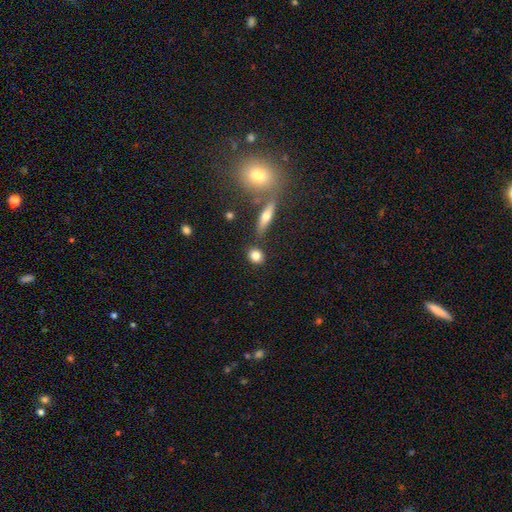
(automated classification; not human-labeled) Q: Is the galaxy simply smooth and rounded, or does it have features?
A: smooth — 80%.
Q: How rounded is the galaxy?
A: round — 62%.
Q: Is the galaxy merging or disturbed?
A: none — 76%.